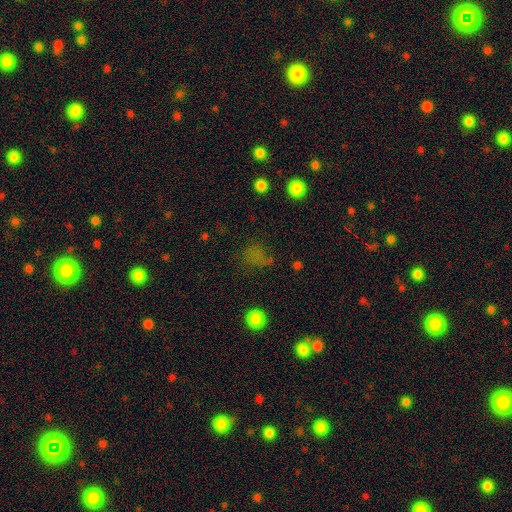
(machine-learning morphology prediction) Q: Smooth or featured?
A: smooth (57%); runner-up: star or artifact (30%)
Q: How rounded?
A: round (57%); runner-up: in between (40%)
Q: Merging?
A: none (46%); runner-up: major disturbance (28%)